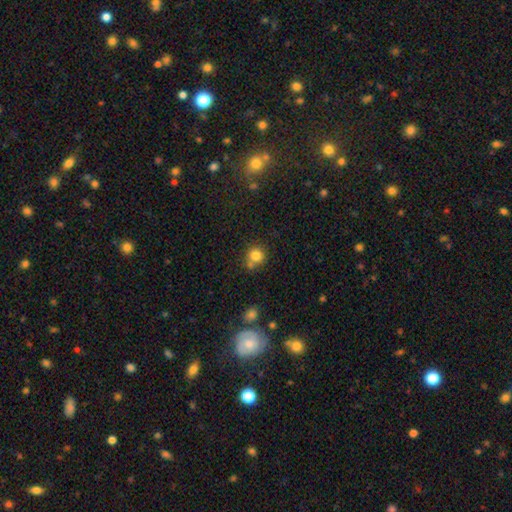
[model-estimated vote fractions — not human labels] This appears to be a smooth galaxy with no disk features (81%) that is round (87%). Merging: none (60%).